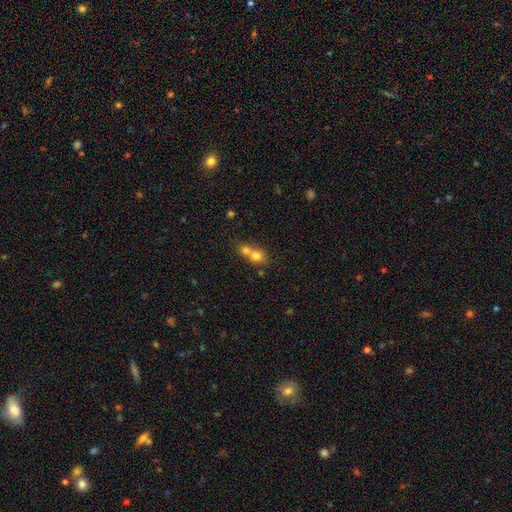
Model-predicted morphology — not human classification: A smooth galaxy with no disk features (74%) that is round (70%). Merging: merger (68%).